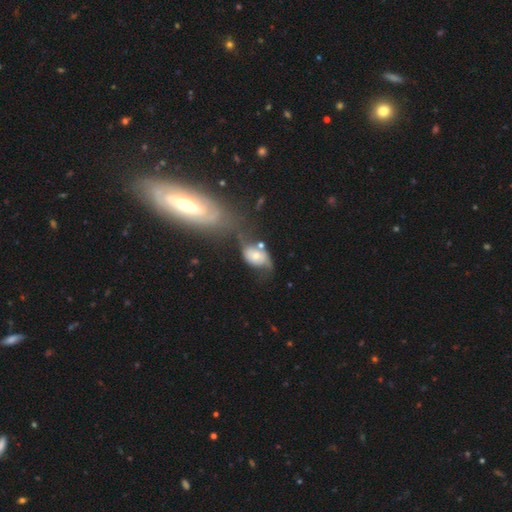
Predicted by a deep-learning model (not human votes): This is possibly a featured or disk galaxy (54%). It is clearly not viewed edge-on (95%). Bar: likely no (72%). Spiral arm pattern: likely yes (71%). Central bulge: possibly moderate (51%). Merging: marginally merger (30%).